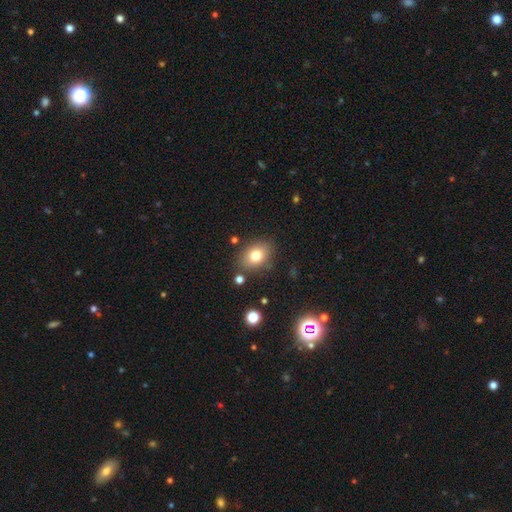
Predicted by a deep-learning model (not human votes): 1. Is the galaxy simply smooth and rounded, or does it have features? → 79% smooth, 11% featured or disk, 10% star or artifact.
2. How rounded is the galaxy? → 73% in between, 26% round, 1% cigar-shaped.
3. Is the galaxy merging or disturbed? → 80% none, 12% minor disturbance, 4% merger, 4% major disturbance.